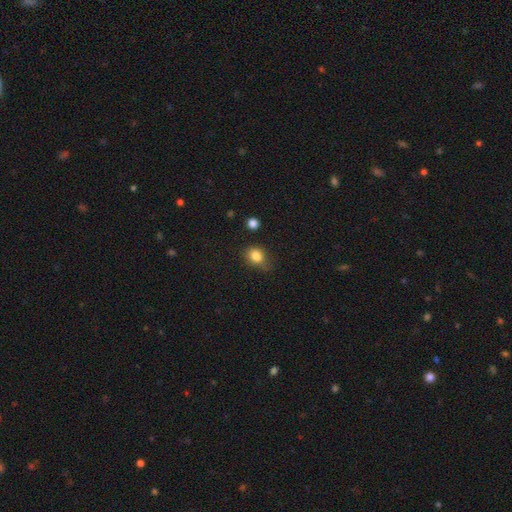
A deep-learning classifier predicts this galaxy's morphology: Smooth or featured? smooth (83%)
How rounded? in between (51%)
Merging? none (57%)